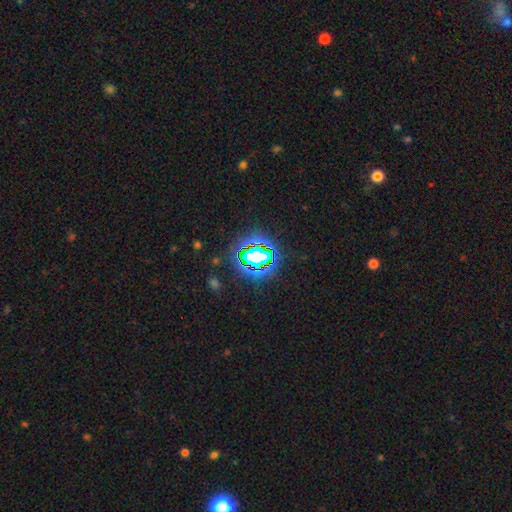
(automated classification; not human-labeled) A star or artifact, not a galaxy (70%).